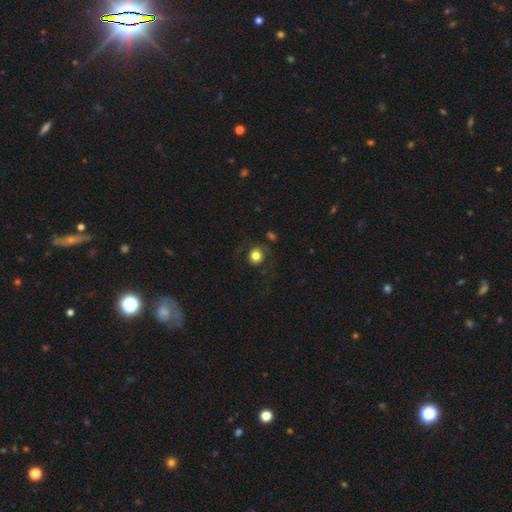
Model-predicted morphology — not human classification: smooth-or-featured: smooth: 75% | featured or disk: 16% | star or artifact: 9%
  how-rounded: round: 82% | in between: 17% | cigar-shaped: 1%
  merging: none: 69% | minor disturbance: 15% | major disturbance: 14% | merger: 3%